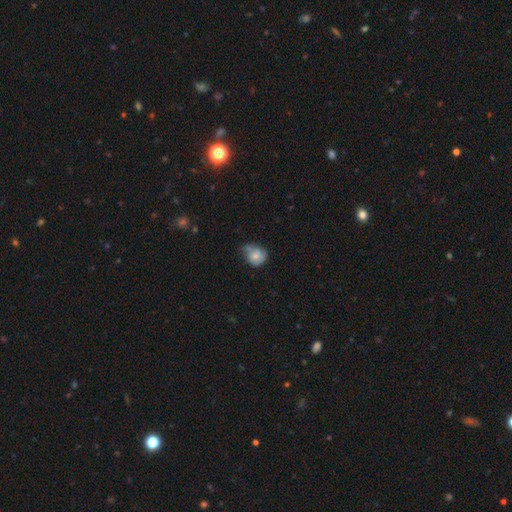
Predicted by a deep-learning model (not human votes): Smooth or featured: smooth — 60% (featured or disk — 32%)
How rounded: round — 60% (in between — 39%)
Merging: minor disturbance — 41% (none — 36%)